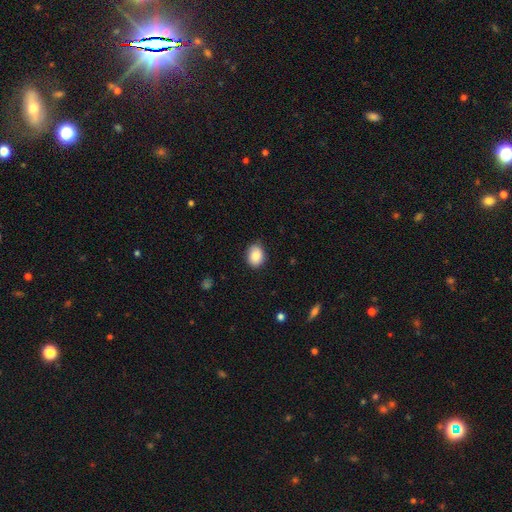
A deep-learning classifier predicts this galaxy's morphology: Smooth or featured?
  - smooth: 85% *
  - star or artifact: 8%
  - featured or disk: 7%
How rounded?
  - in between: 55% *
  - round: 44%
  - cigar-shaped: 1%
Merging?
  - none: 81% *
  - minor disturbance: 16%
  - major disturbance: 3%
  - merger: 1%